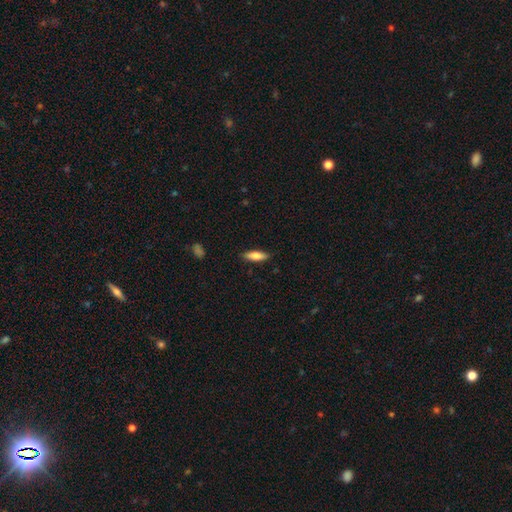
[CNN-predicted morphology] Smooth or featured? Predicted: smooth (p=0.76). How rounded? Predicted: cigar-shaped (p=0.49, tied with in between). Merging? Predicted: none (p=0.87).